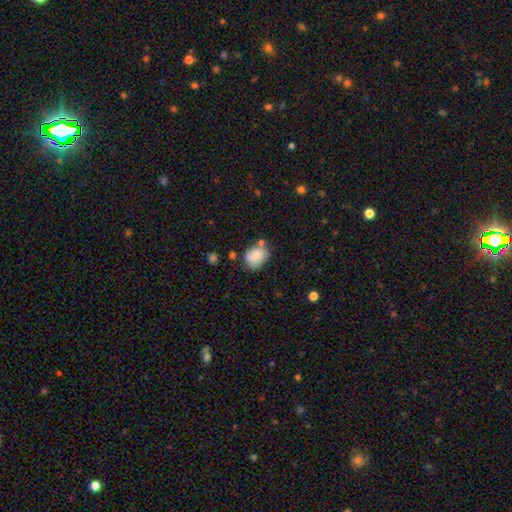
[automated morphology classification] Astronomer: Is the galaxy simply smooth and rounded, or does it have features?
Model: smooth — 79%.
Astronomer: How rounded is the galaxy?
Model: in between — 60% (runner-up: round, 39%).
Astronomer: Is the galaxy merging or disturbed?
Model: none — 64%.